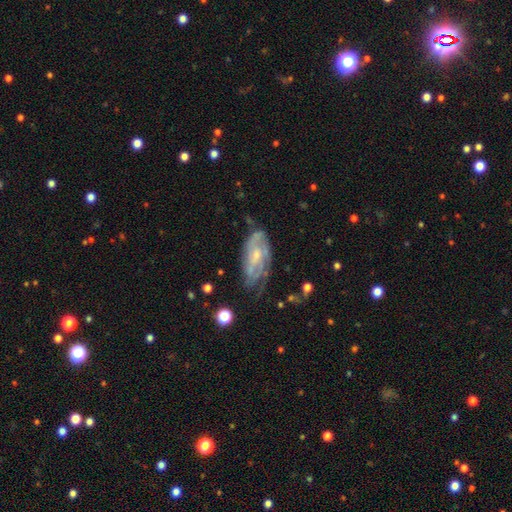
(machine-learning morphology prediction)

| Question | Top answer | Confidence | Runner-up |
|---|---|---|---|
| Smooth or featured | featured or disk | 68% | smooth (24%) |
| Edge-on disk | no | 91% | yes (9%) |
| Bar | no | 64% | weak (30%) |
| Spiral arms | yes | 75% | no (25%) |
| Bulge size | small | 60% | moderate (30%) |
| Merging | none | 54% | minor disturbance (29%) |